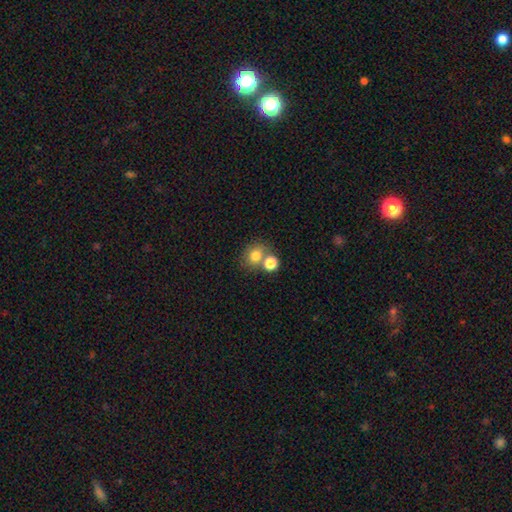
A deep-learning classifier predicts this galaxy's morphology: smooth-or-featured: smooth: 77% | star or artifact: 13% | featured or disk: 11%
  how-rounded: round: 70% | in between: 29% | cigar-shaped: 1%
  merging: none: 53% | merger: 33% | minor disturbance: 9% | major disturbance: 4%